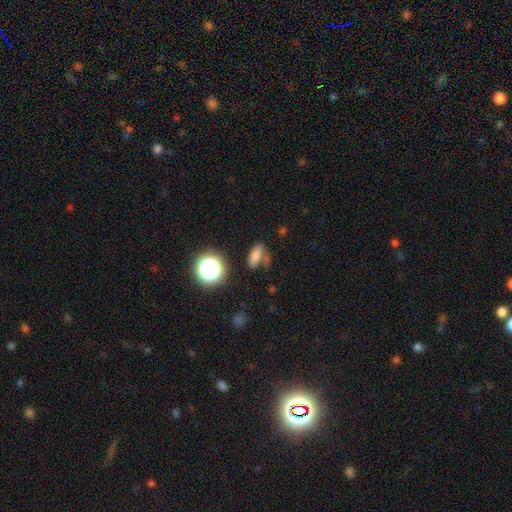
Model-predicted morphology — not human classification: Smooth or featured: smooth — 73% (star or artifact — 16%)
How rounded: in between — 77% (round — 12%)
Merging: none — 58% (minor disturbance — 21%)